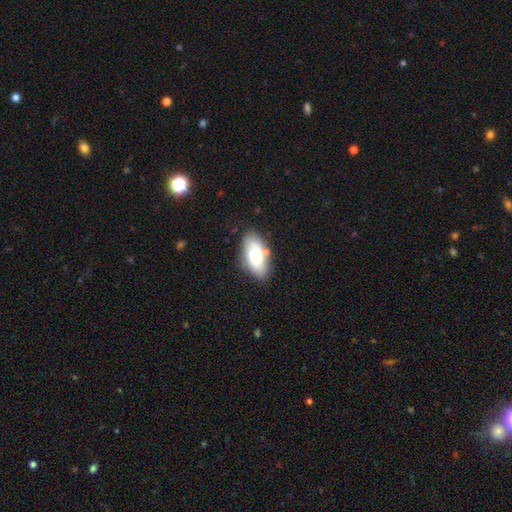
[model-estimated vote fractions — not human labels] smooth 66%, featured or disk 27%, star or artifact 7%. Down the decision tree: how rounded — in between (92%); merging — none (69%).